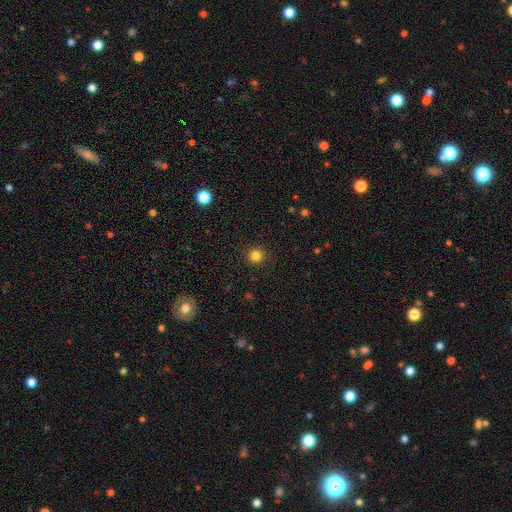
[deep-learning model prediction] This is clearly a smooth galaxy (83%). How rounded: clearly round (94%). Merging: clearly none (92%).